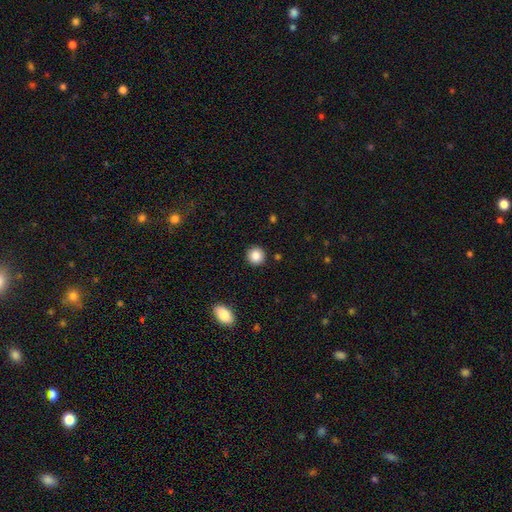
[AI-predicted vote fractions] A smooth galaxy with no disk features (86%) that is round (92%). Merging: none (91%).